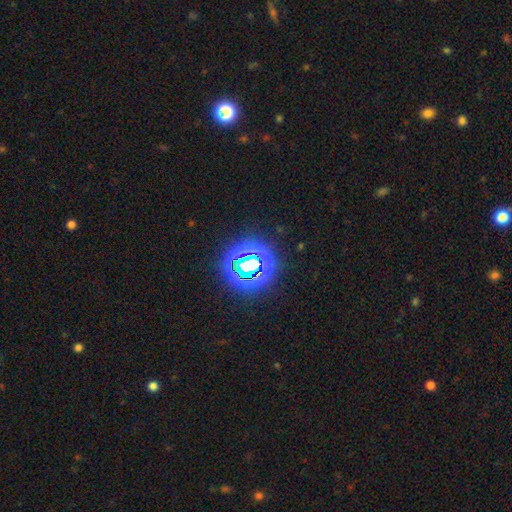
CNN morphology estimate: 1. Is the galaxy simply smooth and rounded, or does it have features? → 72% star or artifact, 17% smooth, 11% featured or disk.